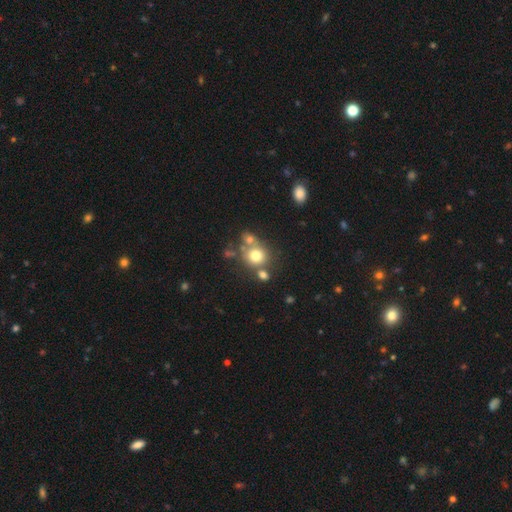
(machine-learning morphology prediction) Smooth or featured? Predicted: smooth (p=0.73). How rounded? Predicted: round (p=0.83). Merging? Predicted: none (p=0.53).